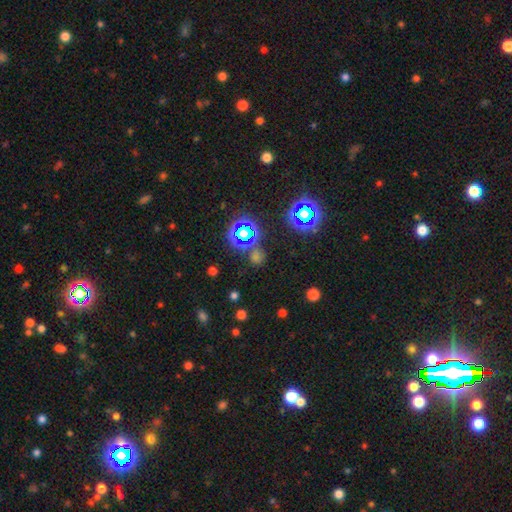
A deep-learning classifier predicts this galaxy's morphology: This is likely a star or artifact rather than a galaxy (60%).